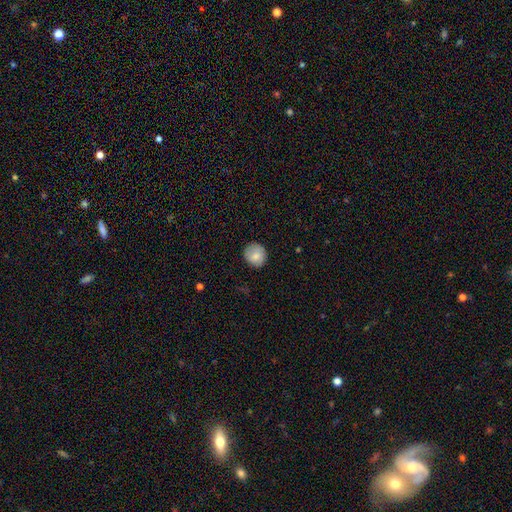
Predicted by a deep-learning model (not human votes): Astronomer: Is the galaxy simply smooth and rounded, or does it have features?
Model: smooth — 83%.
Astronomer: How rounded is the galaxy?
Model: round — 84%.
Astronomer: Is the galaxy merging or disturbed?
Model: none — 84%.